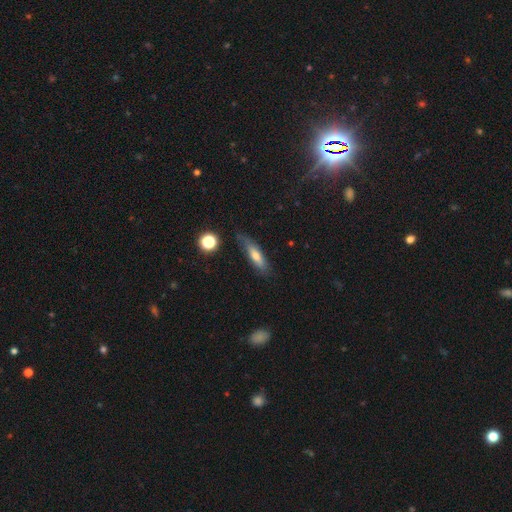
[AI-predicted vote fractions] Smooth or featured? smooth (63%)
How rounded? cigar-shaped (65%)
Merging? none (73%)